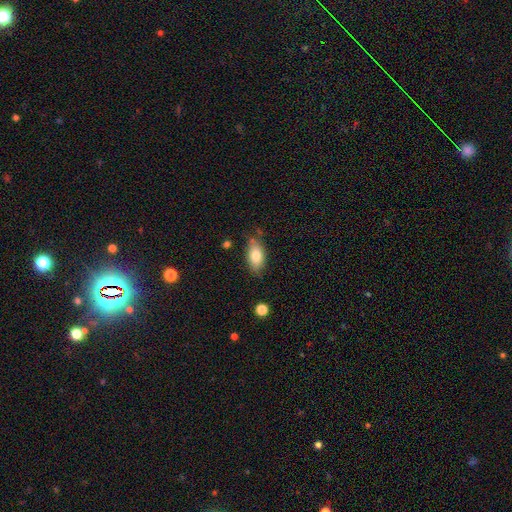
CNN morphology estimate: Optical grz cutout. It shows a smooth galaxy with no disk features (78%) that is in between round and cigar-shaped (90%). Merging: none (75%).